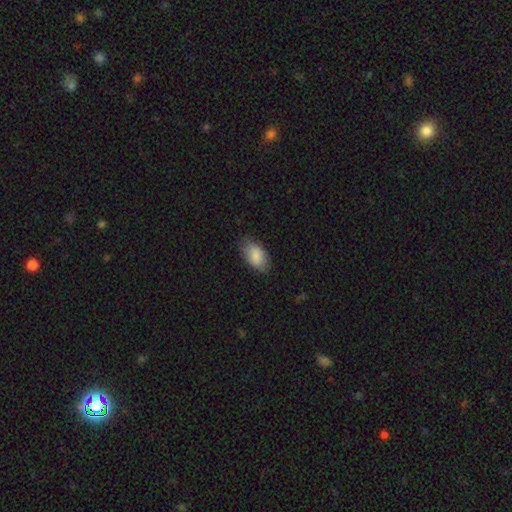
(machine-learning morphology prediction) Smooth or featured: smooth — 86% (featured or disk — 8%)
How rounded: in between — 94% (round — 5%)
Merging: none — 77% (minor disturbance — 18%)